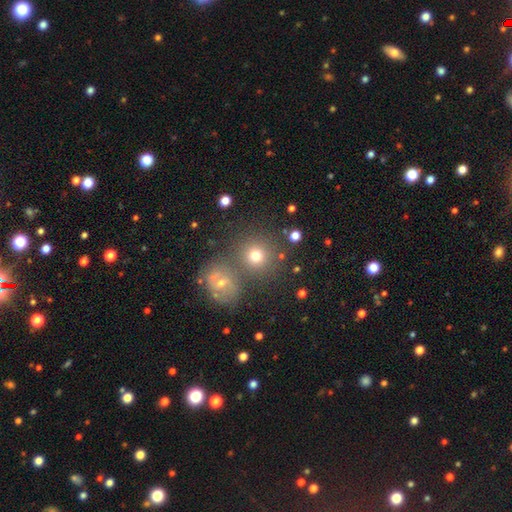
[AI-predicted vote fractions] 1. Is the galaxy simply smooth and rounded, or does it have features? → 74% smooth, 13% star or artifact, 13% featured or disk.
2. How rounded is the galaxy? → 89% round, 10% in between, 1% cigar-shaped.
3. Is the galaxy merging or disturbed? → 70% none, 17% merger, 9% minor disturbance, 4% major disturbance.